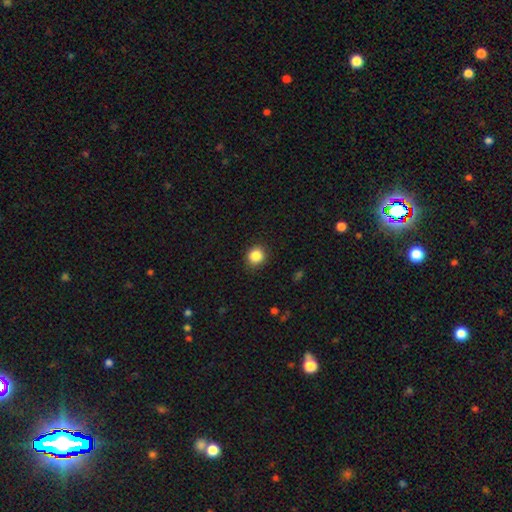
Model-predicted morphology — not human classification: Smooth or featured? smooth (86%)
How rounded? round (83%)
Merging? none (87%)